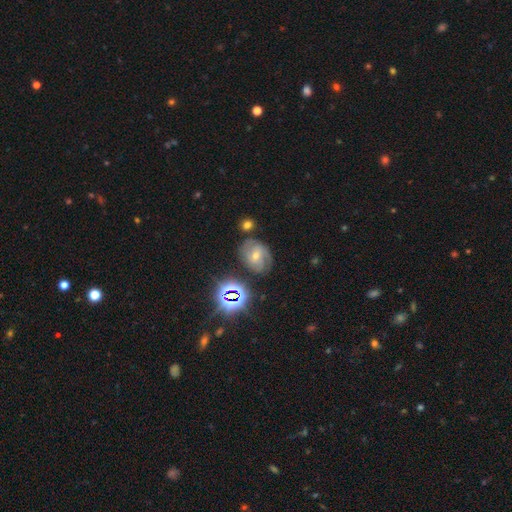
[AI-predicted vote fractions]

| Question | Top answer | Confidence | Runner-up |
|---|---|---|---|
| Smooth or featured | featured or disk | 53% | star or artifact (29%) |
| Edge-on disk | no | 96% | yes (4%) |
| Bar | weak | 43% | no (40%) |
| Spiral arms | yes | 86% | no (14%) |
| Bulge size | small | 48% | tied: moderate (48%) |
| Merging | none | 71% | minor disturbance (17%) |